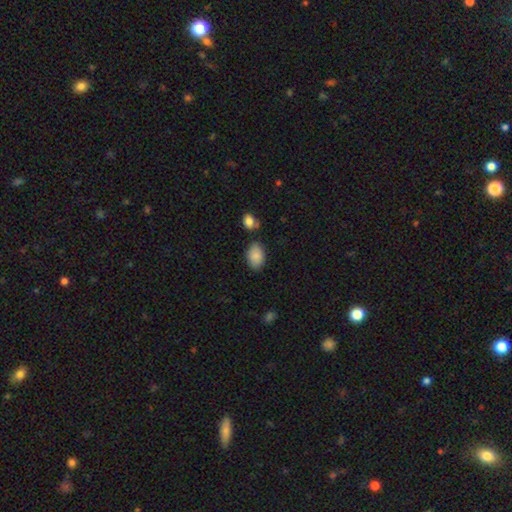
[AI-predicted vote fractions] This is clearly a smooth galaxy (88%). How rounded: clearly in between (89%). Merging: likely none (79%).